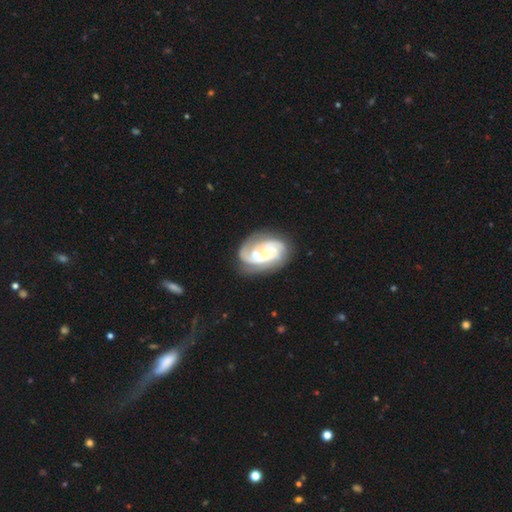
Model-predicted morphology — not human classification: Smooth or featured: featured or disk — 82% (smooth — 12%)
Edge-on disk: no — 98% (yes — 2%)
Bar: no — 64% (weak — 28%)
Spiral arms: yes — 93% (no — 7%)
Spiral winding: tight — 54% (medium — 35%)
Spiral arm count: 2 — 36% (3 — 29%)
Bulge size: small — 43% (moderate — 39%)
Merging: none — 50% (minor disturbance — 19%)